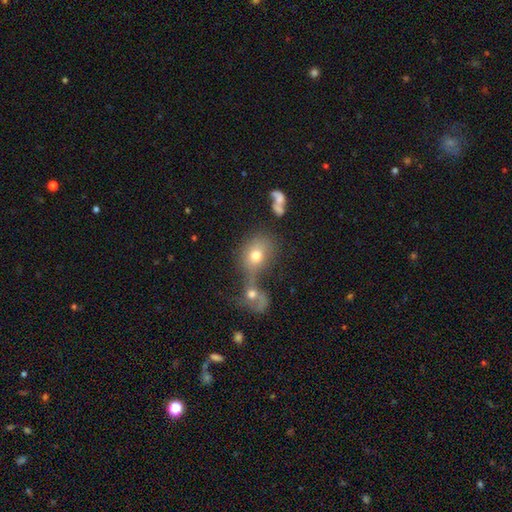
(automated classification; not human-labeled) Smooth or featured? Predicted: smooth (p=0.69). How rounded? Predicted: in between (p=0.50). Merging? Predicted: merger (p=0.60).